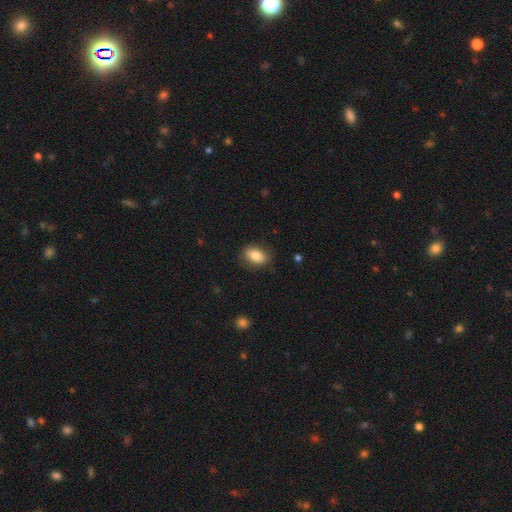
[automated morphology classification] smooth 84%, featured or disk 8%, star or artifact 8%. Down the decision tree: how rounded — in between (82%); merging — none (81%).